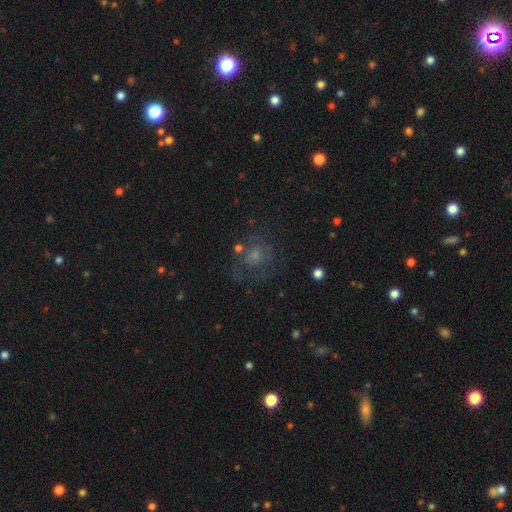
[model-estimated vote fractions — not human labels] The model was most divided on "smooth or featured": smooth: 40%, featured or disk: 38%, star or artifact: 22%. More confident: merging — none (59%).